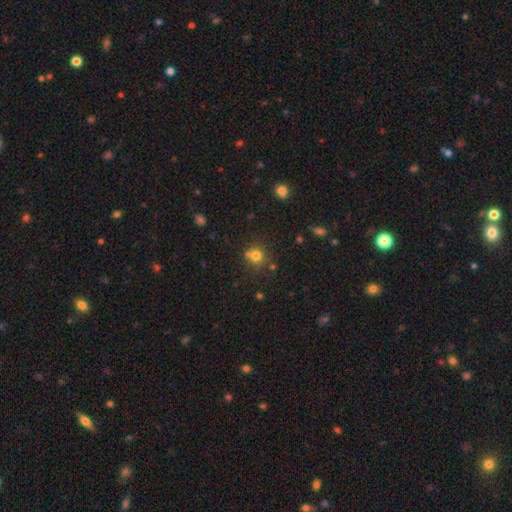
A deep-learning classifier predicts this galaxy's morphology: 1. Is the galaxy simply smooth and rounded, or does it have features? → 74% smooth, 16% star or artifact, 9% featured or disk.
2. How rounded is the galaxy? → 84% round, 15% in between, 1% cigar-shaped.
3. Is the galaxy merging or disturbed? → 62% none, 19% merger, 14% minor disturbance, 5% major disturbance.